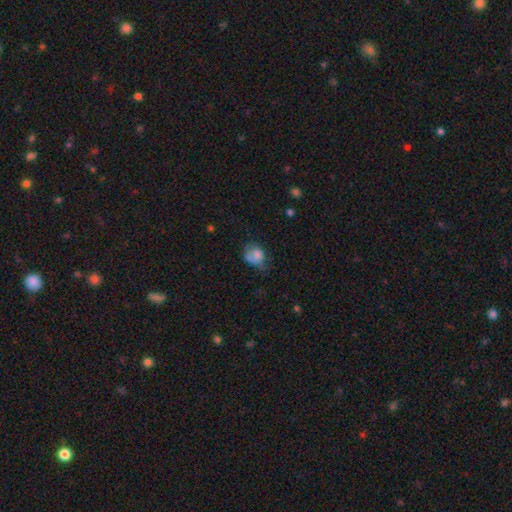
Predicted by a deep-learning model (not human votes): smooth 71%, featured or disk 18%, star or artifact 11%. Down the decision tree: how rounded — in between (50%); merging — minor disturbance (33%).